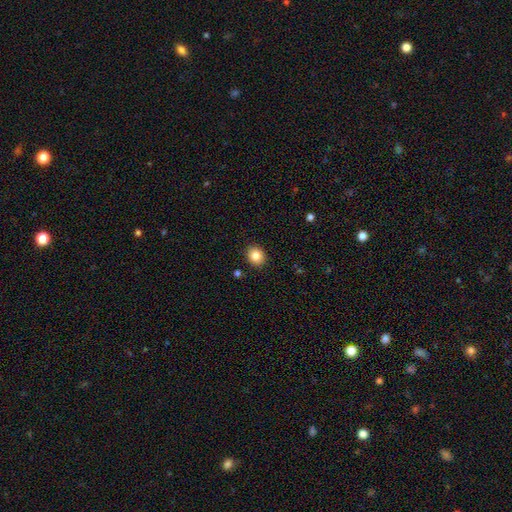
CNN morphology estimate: This appears to be a smooth galaxy with no disk features (85%) that is round (71%). Merging: none (90%).